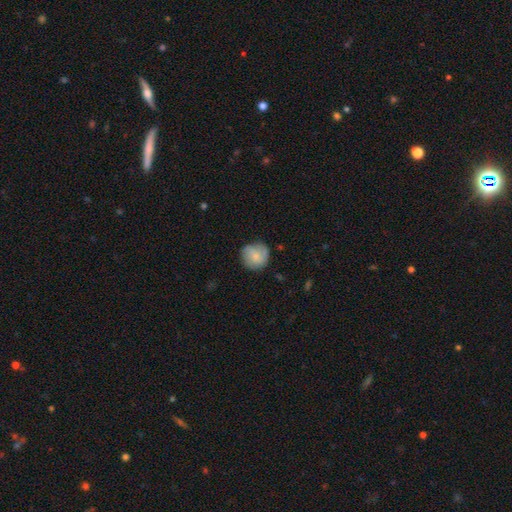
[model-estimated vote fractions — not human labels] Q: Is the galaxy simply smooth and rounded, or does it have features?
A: smooth — 71%.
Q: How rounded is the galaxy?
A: round — 90%.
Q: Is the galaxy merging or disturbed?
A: none — 74%.